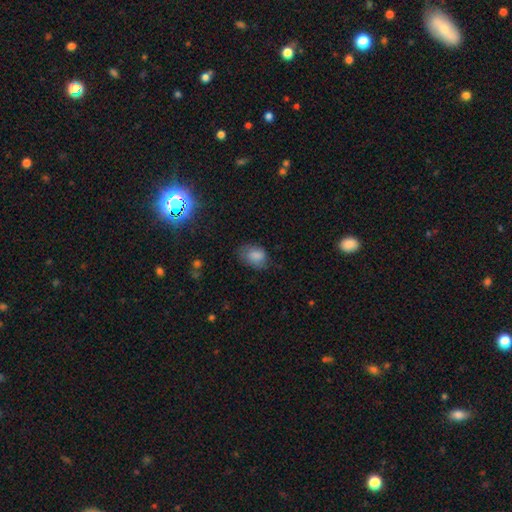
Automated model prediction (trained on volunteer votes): smooth-or-featured: smooth: 80% | featured or disk: 10% | star or artifact: 10%
  how-rounded: in between: 82% | round: 17% | cigar-shaped: 1%
  merging: none: 59% | minor disturbance: 30% | major disturbance: 10% | merger: 2%